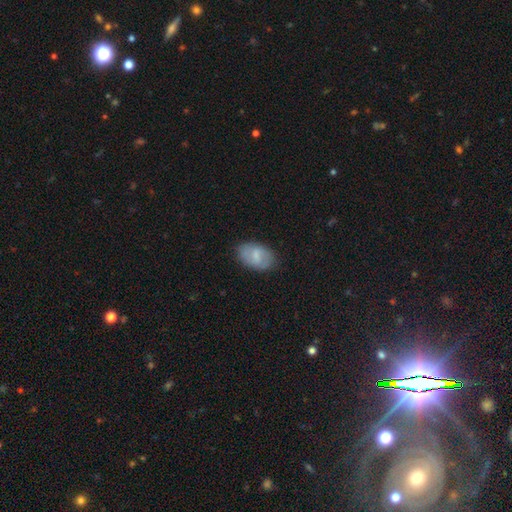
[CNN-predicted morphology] Overall: smooth (64%; featured or disk 29%). How rounded: in between (89%). Merging: none (80%).